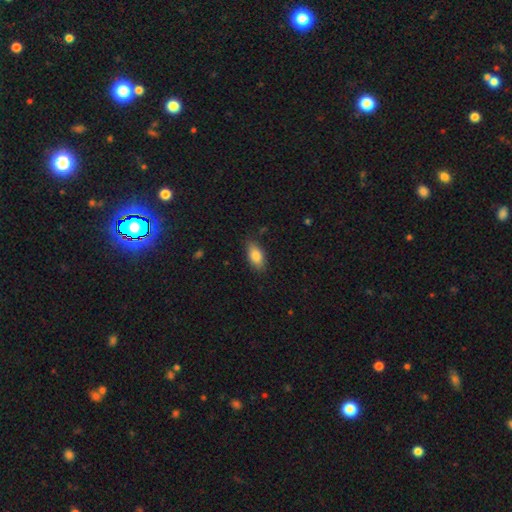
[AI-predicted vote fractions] The model was most divided on "merging": none: 82%, minor disturbance: 14%, major disturbance: 3%, merger: 1%. More confident: how rounded — in between (90%); smooth or featured — smooth (84%).